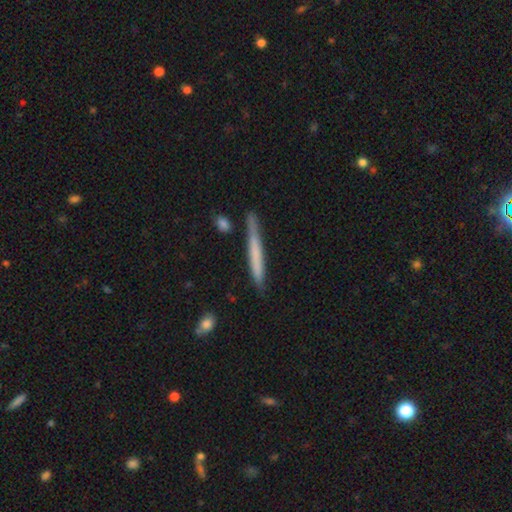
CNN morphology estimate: A smooth galaxy with no disk features (57%) that is cigar-shaped (96%).

Vote fractions:
- Smooth or featured? smooth: 57% / featured or disk: 37% / star or artifact: 6%
- How rounded? cigar-shaped: 96% / in between: 2% / round: 1%
- Merging? none: 79% / minor disturbance: 15% / merger: 4% / major disturbance: 3%